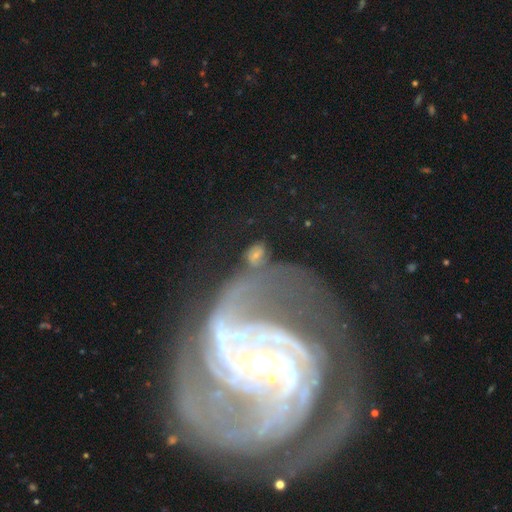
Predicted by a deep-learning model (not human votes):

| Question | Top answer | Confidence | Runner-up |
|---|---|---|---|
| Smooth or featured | featured or disk | 88% | star or artifact (7%) |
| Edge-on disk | no | 98% | yes (2%) |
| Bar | no | 57% | weak (27%) |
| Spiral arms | yes | 96% | no (4%) |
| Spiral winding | tight | 46% | medium (41%) |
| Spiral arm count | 2 | 28% | 3 (26%) |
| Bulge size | small | 53% | moderate (39%) |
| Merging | none | 42% | major disturbance (28%) |